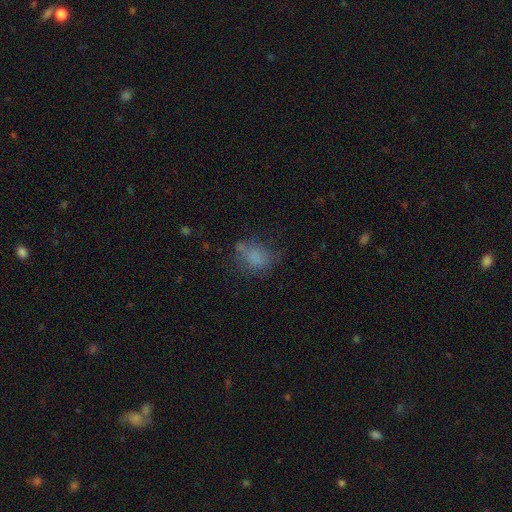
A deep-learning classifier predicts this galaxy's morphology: Overall: smooth (69%). How rounded: in between (59%; round 39%). Merging: none (53%; minor disturbance 23%).